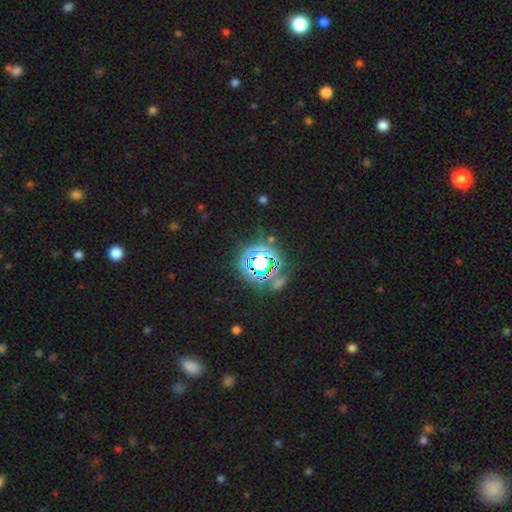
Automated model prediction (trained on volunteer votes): This is likely a star or artifact rather than a galaxy (69%).